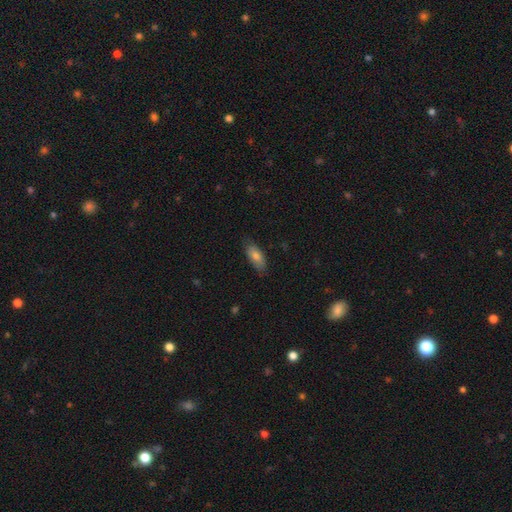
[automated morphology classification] Overall: smooth (75%). How rounded: in between (81%). Merging: none (79%).